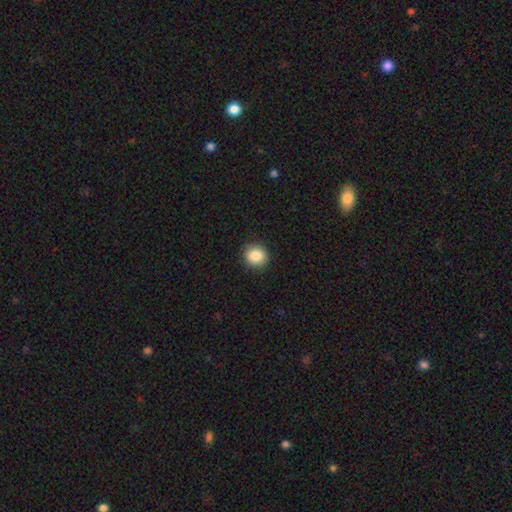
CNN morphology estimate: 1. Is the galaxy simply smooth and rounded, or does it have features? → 86% smooth, 9% star or artifact, 5% featured or disk.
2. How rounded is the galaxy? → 85% round, 14% in between, 1% cigar-shaped.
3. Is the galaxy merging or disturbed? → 91% none, 6% minor disturbance, 2% major disturbance, 1% merger.